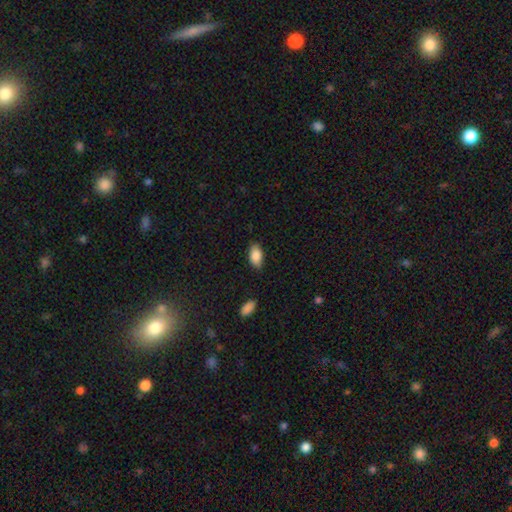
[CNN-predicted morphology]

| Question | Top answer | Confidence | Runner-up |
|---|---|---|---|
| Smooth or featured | smooth | 87% | star or artifact (7%) |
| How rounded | in between | 93% | round (4%) |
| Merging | none | 82% | minor disturbance (14%) |